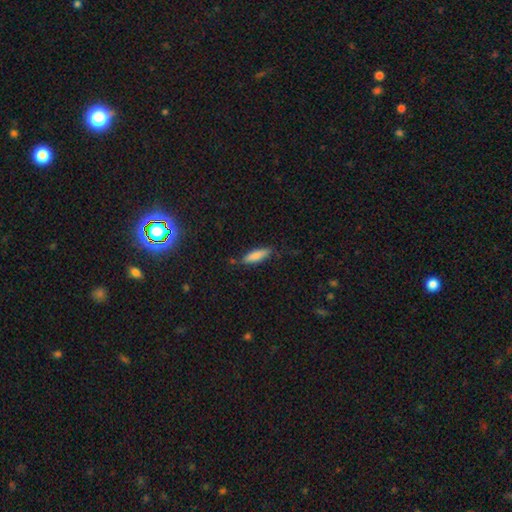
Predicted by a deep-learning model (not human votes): Smooth or featured? smooth (81%)
How rounded? cigar-shaped (58%)
Merging? none (77%)